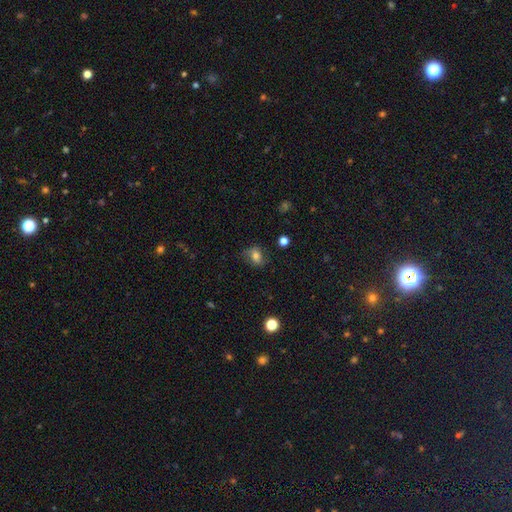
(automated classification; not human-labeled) The model was most divided on "how rounded": in between: 63%, round: 35%, cigar-shaped: 2%. More confident: merging — none (68%); smooth or featured — smooth (65%).